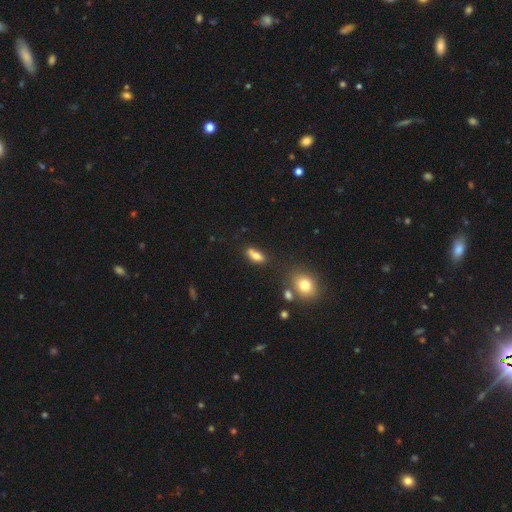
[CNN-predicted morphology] This is likely a smooth galaxy (77%). How rounded: likely in between (78%). Merging: possibly none (58%).